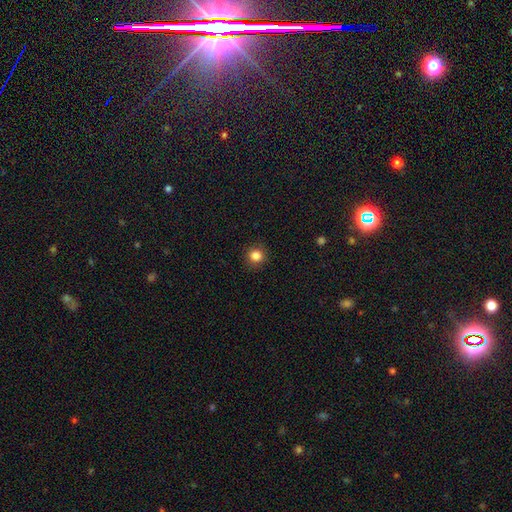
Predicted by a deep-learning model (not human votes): Smooth or featured: smooth — 84% (star or artifact — 11%)
How rounded: round — 90% (in between — 9%)
Merging: none — 90% (minor disturbance — 7%)